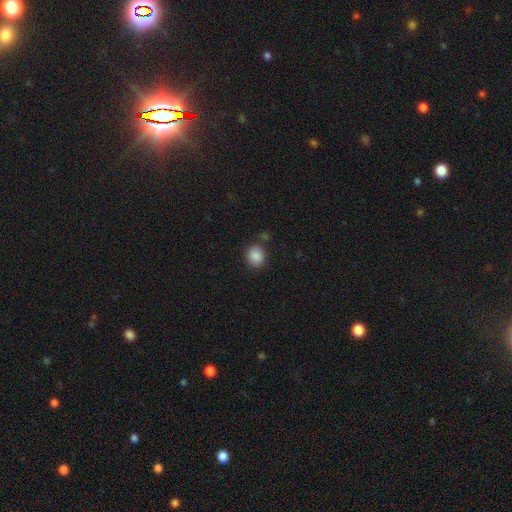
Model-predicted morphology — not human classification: Smooth or featured? smooth (87%)
How rounded? round (74%)
Merging? none (80%)